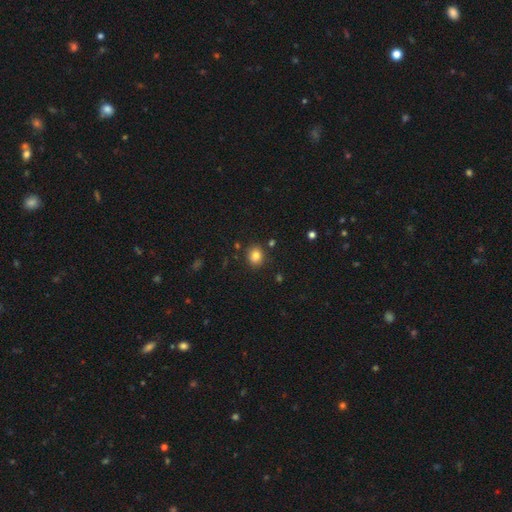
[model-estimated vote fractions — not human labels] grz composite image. It shows a smooth galaxy with no disk features (82%) that is round (71%). Merging: none (86%).